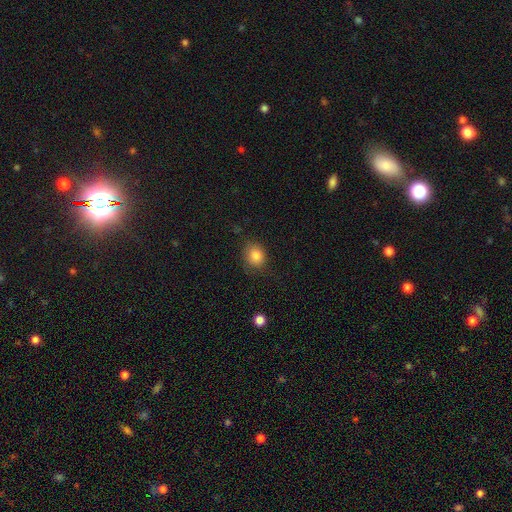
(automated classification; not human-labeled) This appears to be a smooth galaxy with no disk features (84%) that is round (64%). Merging: none (75%).